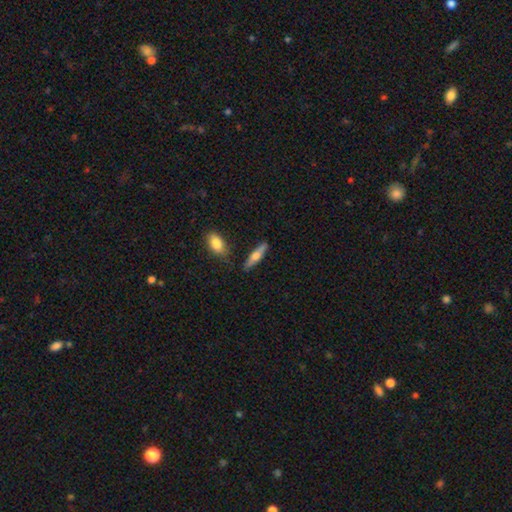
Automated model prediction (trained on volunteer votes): smooth-or-featured: smooth: 54% | featured or disk: 40% | star or artifact: 6%
  how-rounded: cigar-shaped: 73% | in between: 24% | round: 3%
  merging: none: 79% | minor disturbance: 12% | merger: 6% | major disturbance: 3%